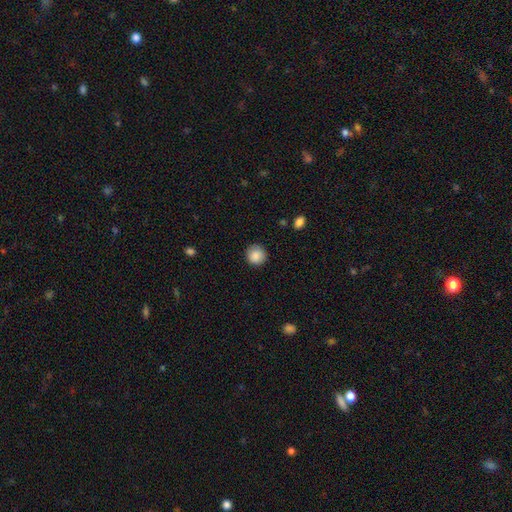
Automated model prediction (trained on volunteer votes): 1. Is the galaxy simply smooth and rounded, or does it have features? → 87% smooth, 8% star or artifact, 4% featured or disk.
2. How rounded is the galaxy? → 93% round, 6% in between, 1% cigar-shaped.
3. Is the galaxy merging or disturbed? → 88% none, 9% minor disturbance, 2% major disturbance, 1% merger.